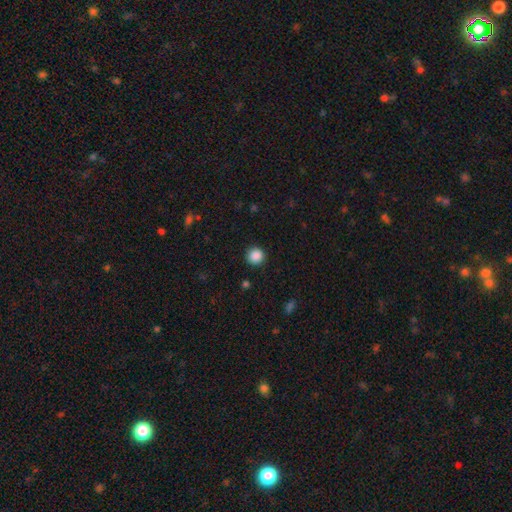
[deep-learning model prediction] Smooth or featured? smooth (88%)
How rounded? round (94%)
Merging? none (91%)